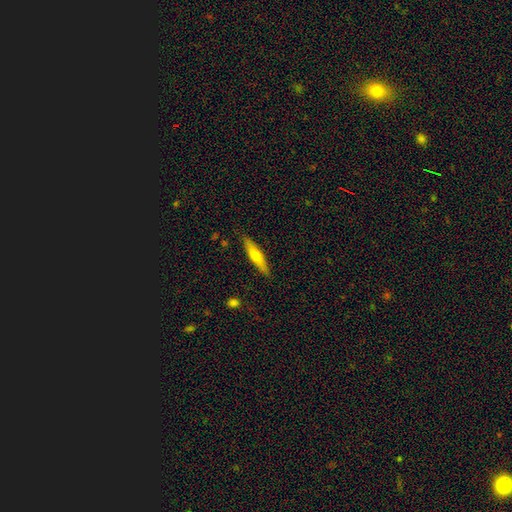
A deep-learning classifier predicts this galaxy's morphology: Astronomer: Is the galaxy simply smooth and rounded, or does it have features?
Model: smooth — 53% (runner-up: featured or disk, 41%).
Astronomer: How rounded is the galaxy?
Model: cigar-shaped — 85%.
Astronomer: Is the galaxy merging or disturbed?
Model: none — 88%.